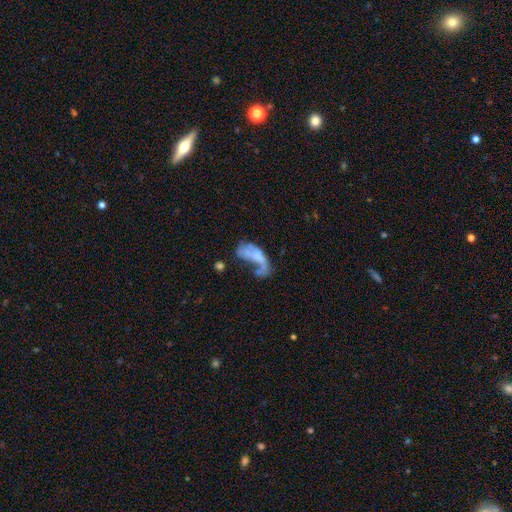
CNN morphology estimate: Smooth or featured: featured or disk — 49% (smooth — 40%)
Merging: major disturbance — 48% (merger — 22%)